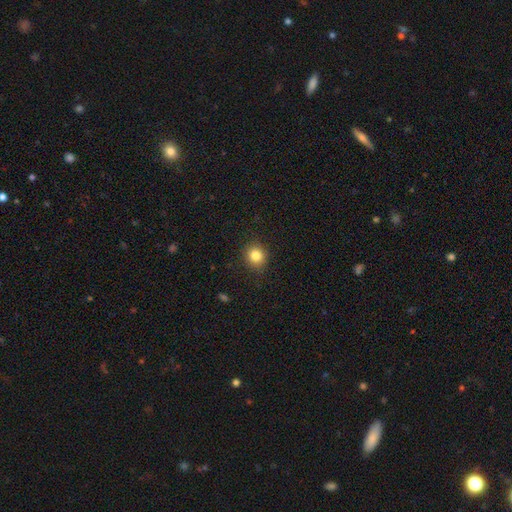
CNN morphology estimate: smooth-or-featured: smooth: 83% | star or artifact: 11% | featured or disk: 6%
  how-rounded: round: 85% | in between: 14% | cigar-shaped: 1%
  merging: none: 90% | minor disturbance: 7% | major disturbance: 2% | merger: 1%